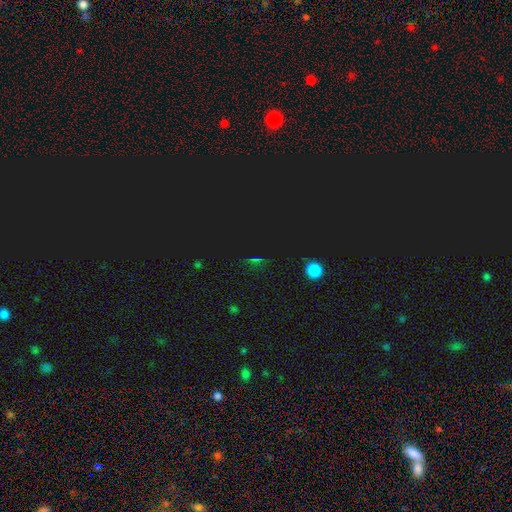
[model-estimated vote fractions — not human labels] Morphology: type=star or artifact (69%).